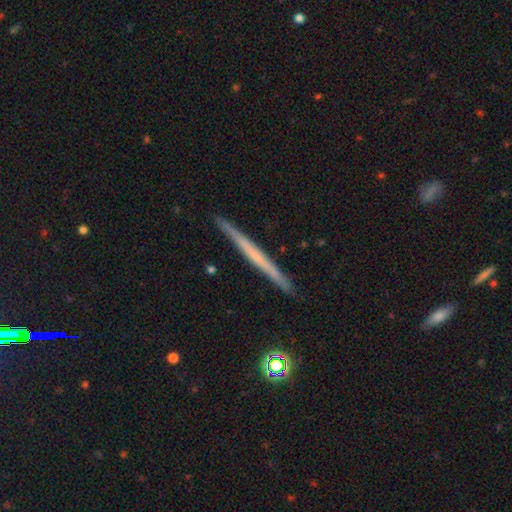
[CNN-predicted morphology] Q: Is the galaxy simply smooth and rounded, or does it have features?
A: featured or disk — 56%.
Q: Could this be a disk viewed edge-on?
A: yes — 98%.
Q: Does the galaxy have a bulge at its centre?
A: none — 88%.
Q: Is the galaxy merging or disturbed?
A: none — 92%.